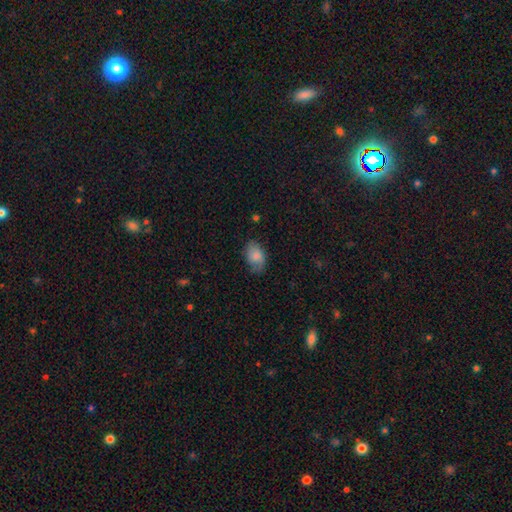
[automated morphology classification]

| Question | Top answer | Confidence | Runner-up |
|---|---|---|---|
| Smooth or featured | smooth | 79% | featured or disk (14%) |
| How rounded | in between | 88% | round (11%) |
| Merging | none | 68% | minor disturbance (24%) |